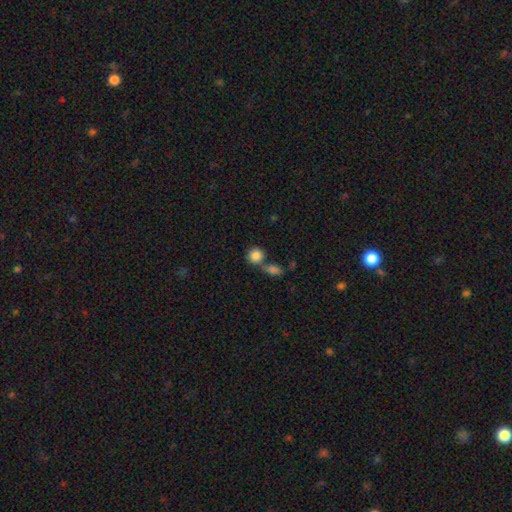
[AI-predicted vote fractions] Q: Smooth or featured?
A: smooth (85%); runner-up: star or artifact (9%)
Q: How rounded?
A: round (85%); runner-up: in between (14%)
Q: Merging?
A: none (49%); runner-up: merger (38%)